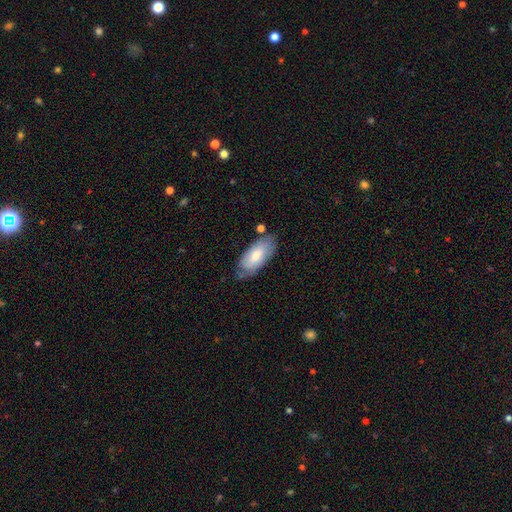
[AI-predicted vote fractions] The model was most divided on "merging": none: 69%, minor disturbance: 22%, major disturbance: 5%, merger: 4%. More confident: how rounded — in between (89%); smooth or featured — smooth (73%).